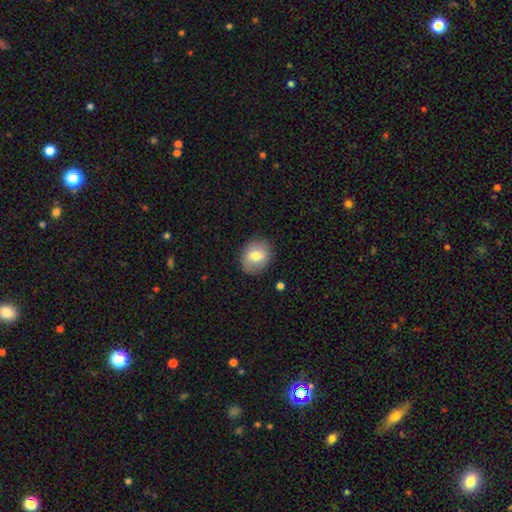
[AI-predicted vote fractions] smooth_or_featured: smooth (p=0.73) [alt: featured or disk p=0.19]
how_rounded: round (p=0.57) [alt: in between p=0.42]
merging: none (p=0.86) [alt: minor disturbance p=0.10]